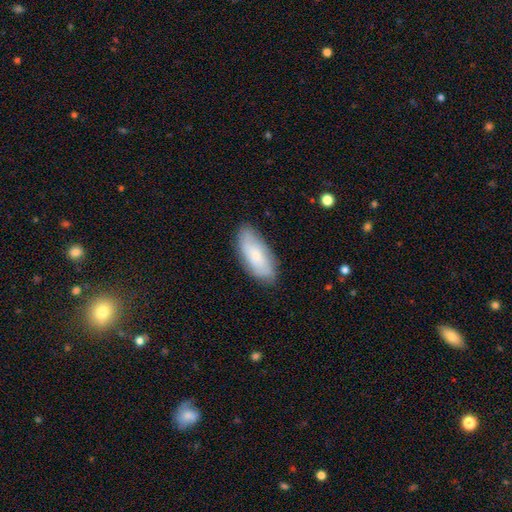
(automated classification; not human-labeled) Morphology: type=smooth (63%); roundness=in between (84%); merging=none (80%).